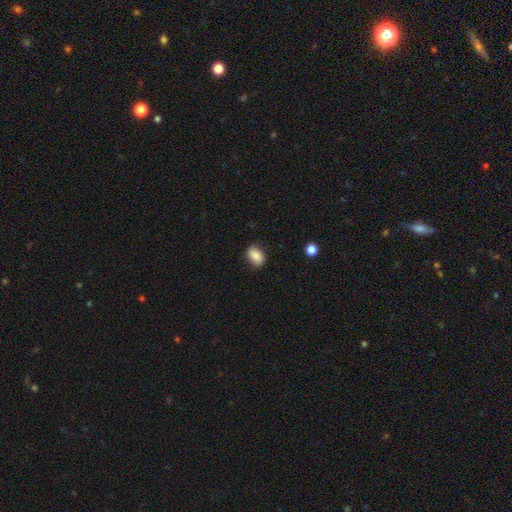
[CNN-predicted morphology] smooth-or-featured: smooth: 86% | star or artifact: 8% | featured or disk: 6%
  how-rounded: in between: 82% | round: 17% | cigar-shaped: 2%
  merging: none: 83% | minor disturbance: 13% | major disturbance: 3% | merger: 1%